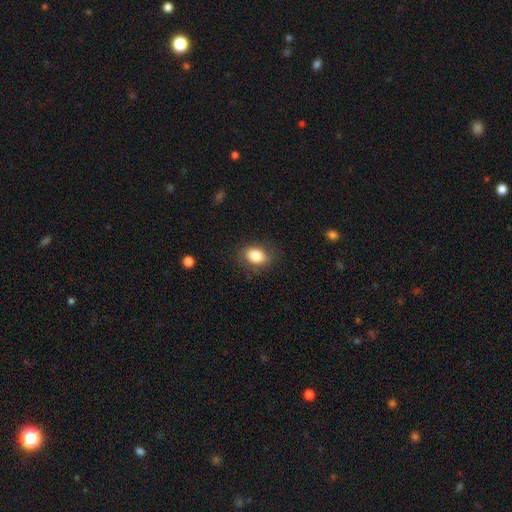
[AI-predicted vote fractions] smooth-or-featured: smooth: 84% | star or artifact: 9% | featured or disk: 8%
  how-rounded: in between: 68% | round: 31% | cigar-shaped: 1%
  merging: none: 81% | minor disturbance: 13% | major disturbance: 4% | merger: 1%